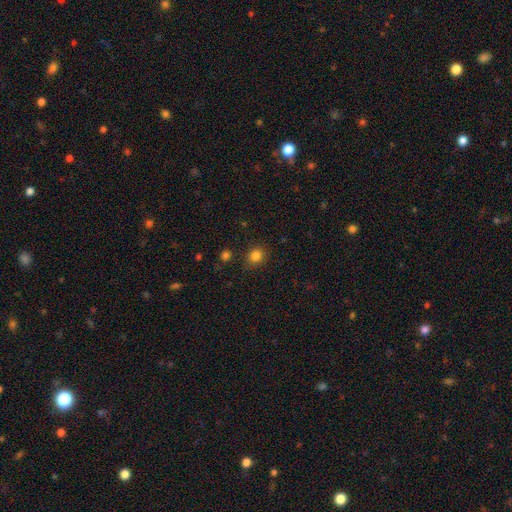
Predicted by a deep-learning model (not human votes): Smooth or featured?
  - smooth: 82% *
  - star or artifact: 13%
  - featured or disk: 5%
How rounded?
  - round: 77% *
  - in between: 22%
  - cigar-shaped: 1%
Merging?
  - none: 85% *
  - minor disturbance: 10%
  - major disturbance: 3%
  - merger: 2%